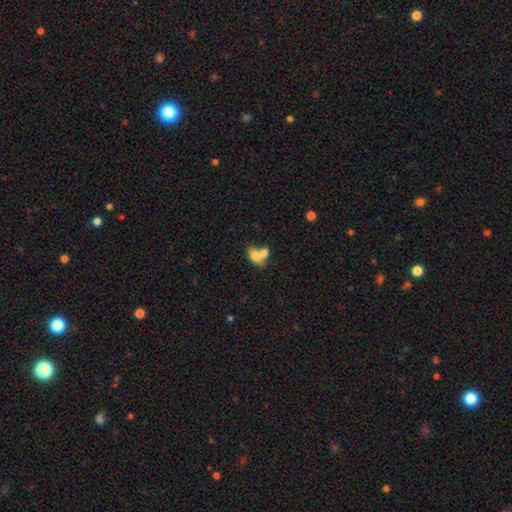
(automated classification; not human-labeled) Smooth or featured? smooth (74%)
How rounded? in between (81%)
Merging? merger (62%)